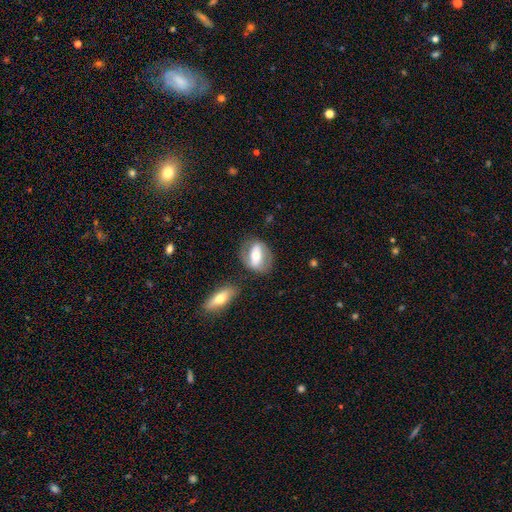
This is possibly a featured or disk galaxy (59%). It is likely not viewed edge-on (74%). Bar: likely strong (65%). Spiral arm pattern: possibly no (59%). Central bulge: likely moderate (71%). Merging: likely none (76%).